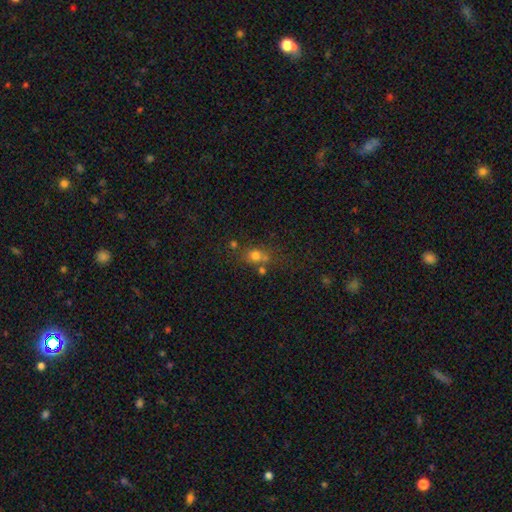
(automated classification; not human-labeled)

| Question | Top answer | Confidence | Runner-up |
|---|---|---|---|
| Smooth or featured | smooth | 70% | star or artifact (18%) |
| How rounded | round | 70% | in between (28%) |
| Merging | none | 54% | merger (27%) |